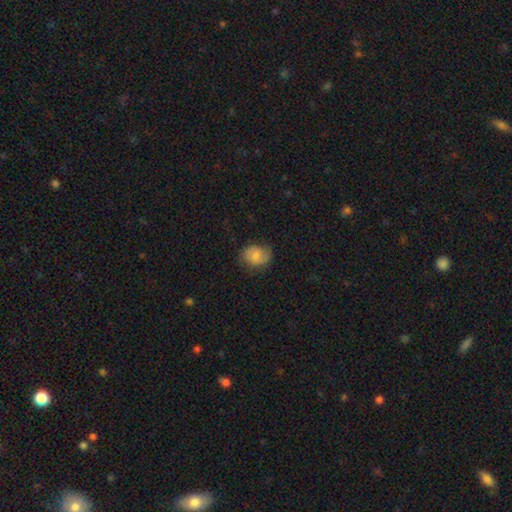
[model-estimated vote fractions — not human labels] The model was most divided on "how rounded": in between: 50%, round: 49%, cigar-shaped: 1%. More confident: merging — none (69%); smooth or featured — smooth (53%).